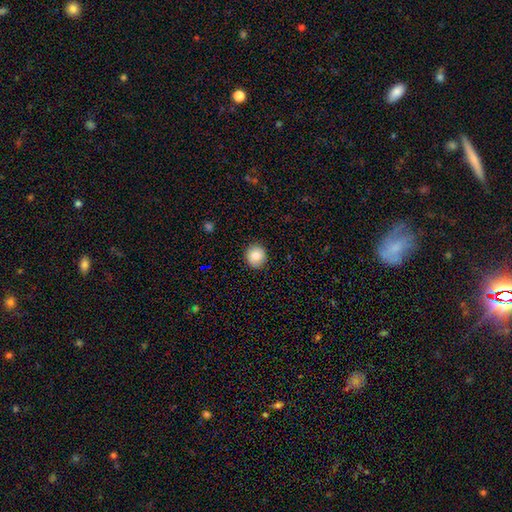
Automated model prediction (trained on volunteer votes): Smooth or featured: smooth — 83% (star or artifact — 9%)
How rounded: round — 90% (in between — 10%)
Merging: none — 90% (minor disturbance — 7%)